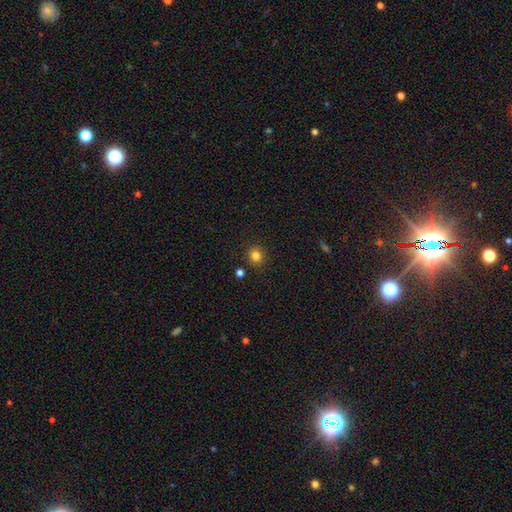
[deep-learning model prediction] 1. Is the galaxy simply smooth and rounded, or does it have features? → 82% smooth, 13% star or artifact, 5% featured or disk.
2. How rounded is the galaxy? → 86% round, 13% in between, 1% cigar-shaped.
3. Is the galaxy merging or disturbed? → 88% none, 6% minor disturbance, 3% merger, 2% major disturbance.